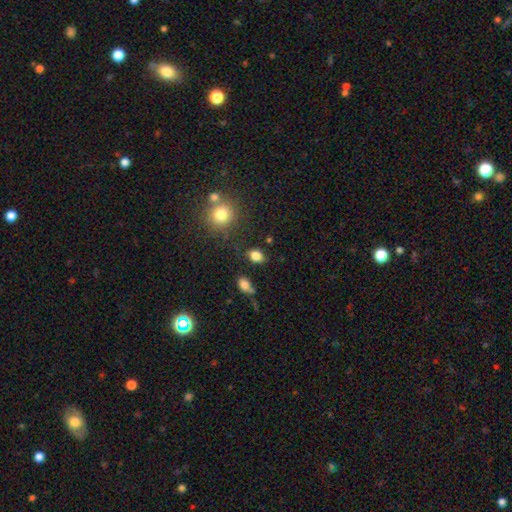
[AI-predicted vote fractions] smooth_or_featured: smooth (p=0.82) [alt: star or artifact p=0.12]
how_rounded: in between (p=0.68) [alt: round p=0.31]
merging: none (p=0.78) [alt: minor disturbance p=0.13]